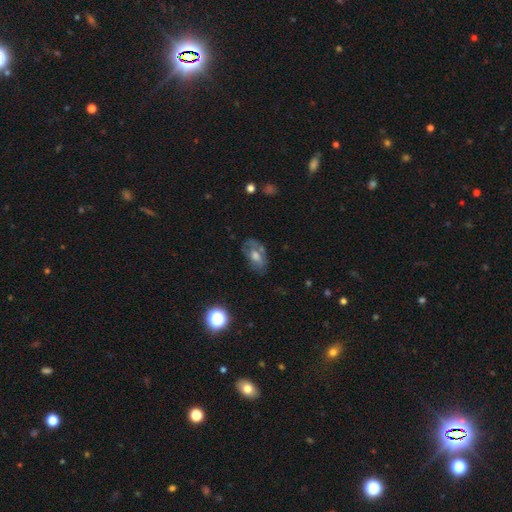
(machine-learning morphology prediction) This is possibly a featured or disk galaxy (49%). Merging: likely none (60%).